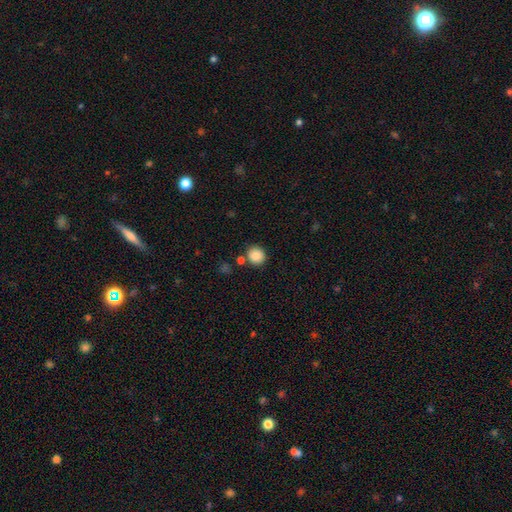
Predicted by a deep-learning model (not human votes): Morphology: type=smooth (87%); roundness=round (87%); merging=none (80%).